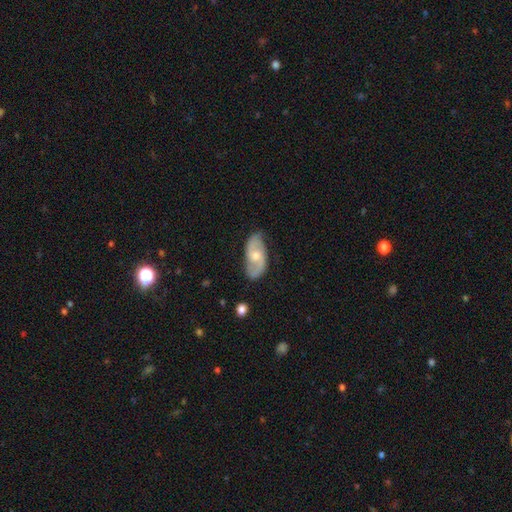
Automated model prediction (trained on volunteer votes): smooth-or-featured: featured or disk: 71% | smooth: 23% | star or artifact: 6%
  disk-edge-on: no: 94% | yes: 6%
    bar: no: 58% | weak: 36% | strong: 6%
    has-spiral-arms: yes: 91% | no: 9%
      spiral-winding: medium: 45% | loose: 35% | tight: 20%
      spiral-arm-count: 2: 86% | can't tell: 8% | 1: 2% | 3: 2% | 4: 1% | more than 4: 1%
    bulge-size: moderate: 56% | small: 38% | large: 3% | none: 2% | dominant: 1%
  merging: none: 75% | minor disturbance: 18% | major disturbance: 5% | merger: 2%